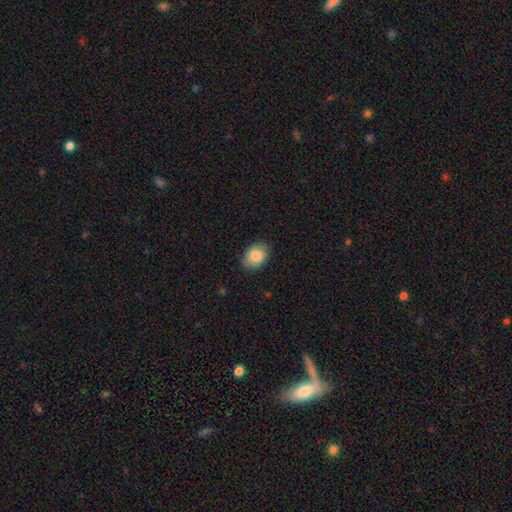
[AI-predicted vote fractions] Smooth or featured? smooth (85%)
How rounded? in between (77%)
Merging? none (85%)